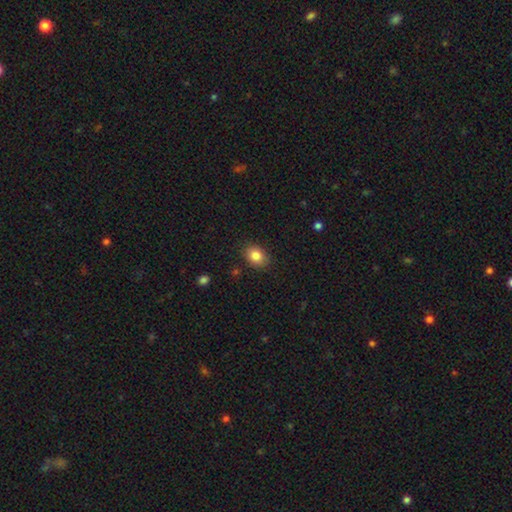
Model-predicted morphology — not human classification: smooth-or-featured: smooth: 85% | star or artifact: 9% | featured or disk: 6%
  how-rounded: in between: 64% | round: 35% | cigar-shaped: 1%
  merging: none: 87% | minor disturbance: 10% | major disturbance: 2% | merger: 1%